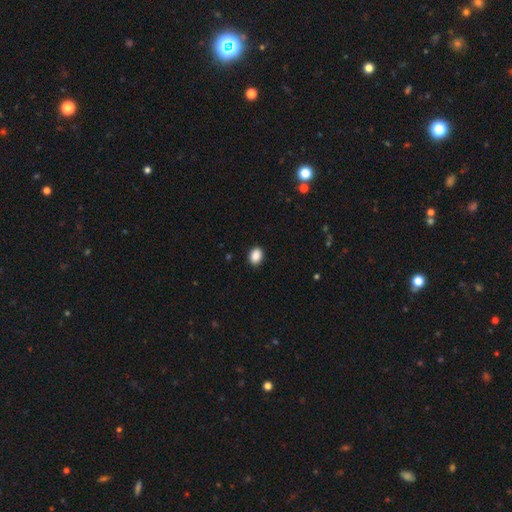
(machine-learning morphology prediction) This appears to be a smooth galaxy with no disk features (89%) that is in between round and cigar-shaped (74%). Merging: none (89%).